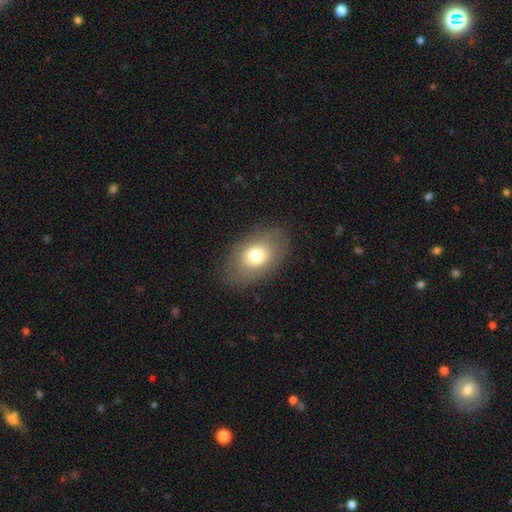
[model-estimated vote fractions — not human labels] This is likely a smooth galaxy (72%). How rounded: clearly in between (81%). Merging: clearly none (83%).